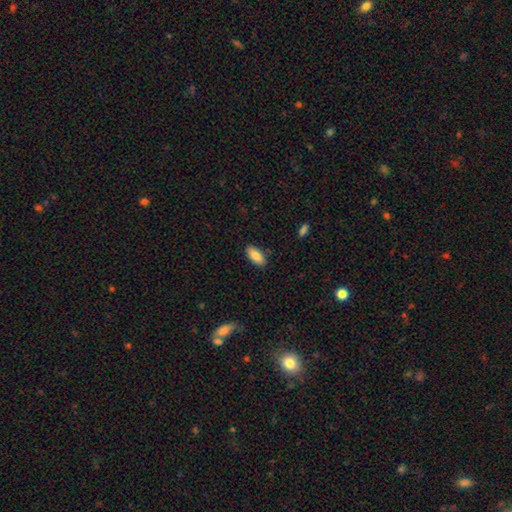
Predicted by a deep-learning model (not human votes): Smooth or featured: smooth — 86% (featured or disk — 7%)
How rounded: in between — 88% (cigar-shaped — 10%)
Merging: none — 87% (minor disturbance — 10%)